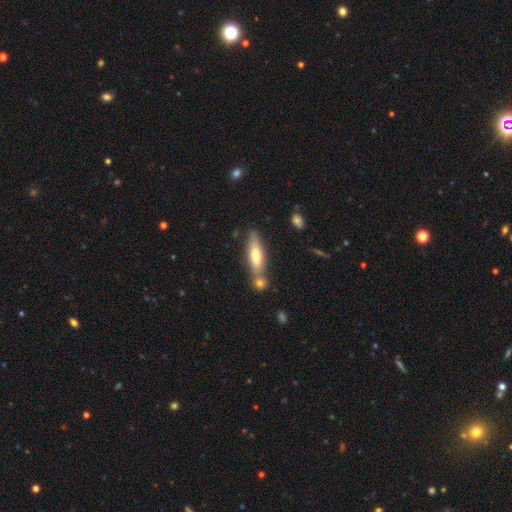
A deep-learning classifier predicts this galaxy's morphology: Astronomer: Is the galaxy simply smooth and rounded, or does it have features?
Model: smooth — 59%.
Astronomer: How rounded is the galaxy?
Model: cigar-shaped — 69%.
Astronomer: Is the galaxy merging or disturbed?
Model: none — 61%.